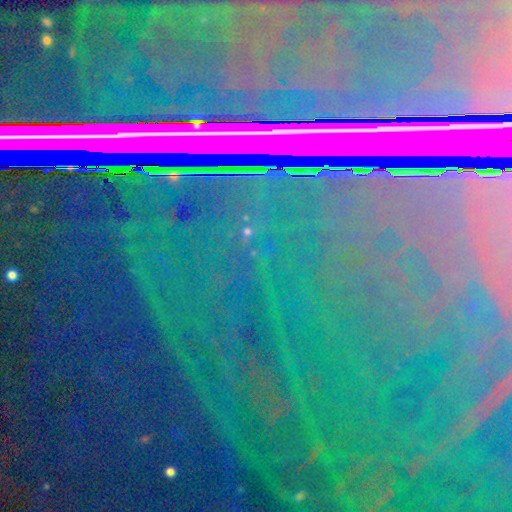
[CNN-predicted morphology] Q: Smooth or featured?
A: star or artifact (86%); runner-up: featured or disk (7%)